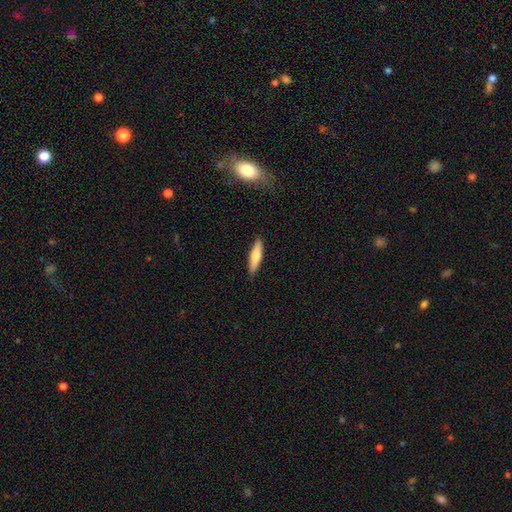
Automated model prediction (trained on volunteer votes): Overall: smooth (68%). How rounded: cigar-shaped (74%). Merging: none (89%).